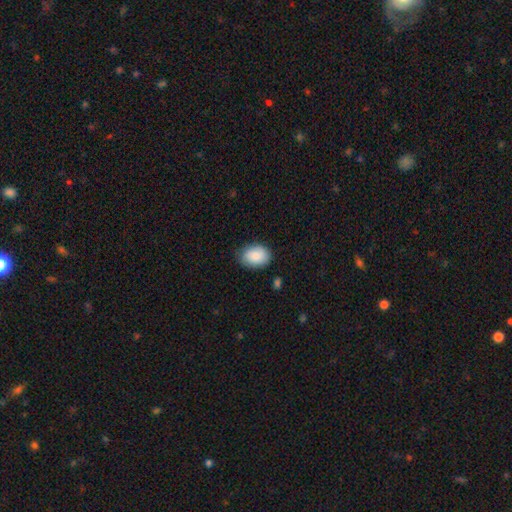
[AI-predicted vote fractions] A smooth galaxy with no disk features (86%) that is in between round and cigar-shaped (75%).

Vote fractions:
- Smooth or featured? smooth: 86% / featured or disk: 8% / star or artifact: 7%
- How rounded? in between: 75% / round: 24% / cigar-shaped: 1%
- Merging? none: 79% / minor disturbance: 17% / major disturbance: 3% / merger: 1%